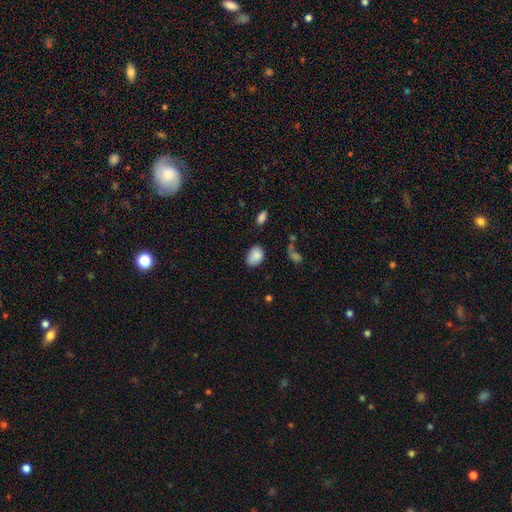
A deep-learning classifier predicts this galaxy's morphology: Smooth or featured: smooth — 86% (star or artifact — 8%)
How rounded: in between — 78% (round — 21%)
Merging: none — 74% (minor disturbance — 19%)